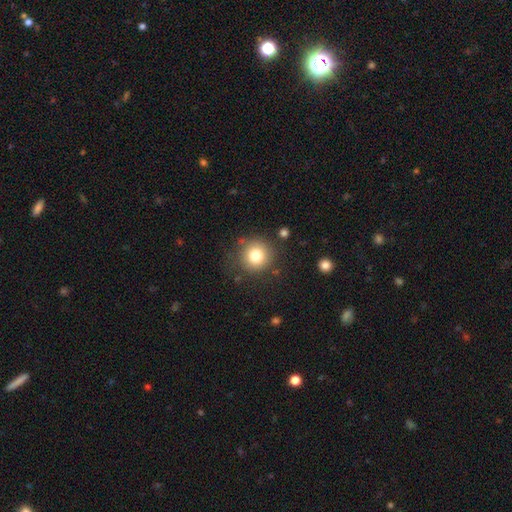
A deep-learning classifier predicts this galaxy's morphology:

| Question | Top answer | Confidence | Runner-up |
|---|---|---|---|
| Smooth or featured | smooth | 80% | star or artifact (11%) |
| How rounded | round | 92% | in between (7%) |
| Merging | none | 81% | minor disturbance (11%) |